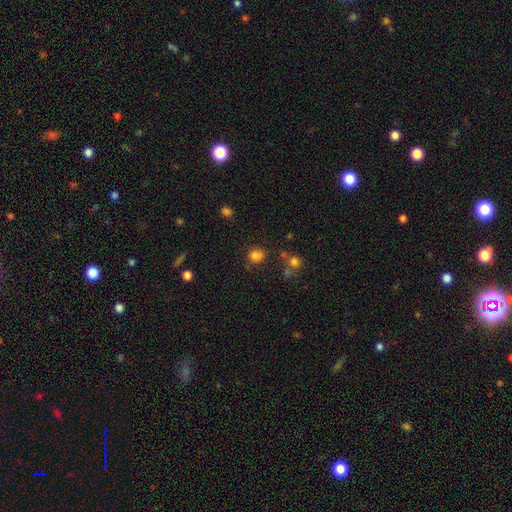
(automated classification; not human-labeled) Smooth or featured? smooth (80%)
How rounded? round (72%)
Merging? none (72%)